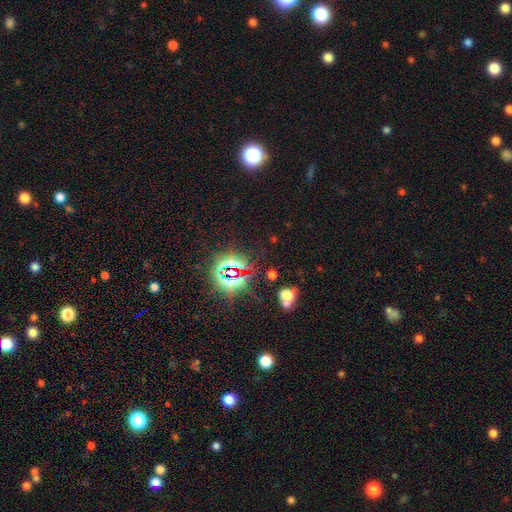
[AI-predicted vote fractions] Smooth or featured?
  - star or artifact: 80% *
  - smooth: 13%
  - featured or disk: 8%